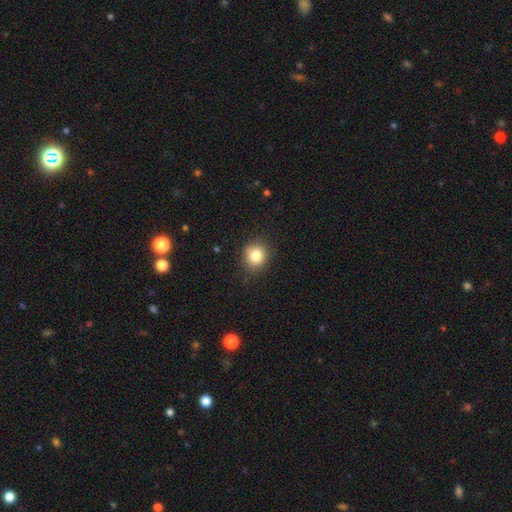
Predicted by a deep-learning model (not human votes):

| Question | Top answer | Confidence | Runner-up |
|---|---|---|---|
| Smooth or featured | smooth | 82% | star or artifact (11%) |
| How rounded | round | 79% | in between (20%) |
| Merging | none | 83% | minor disturbance (12%) |